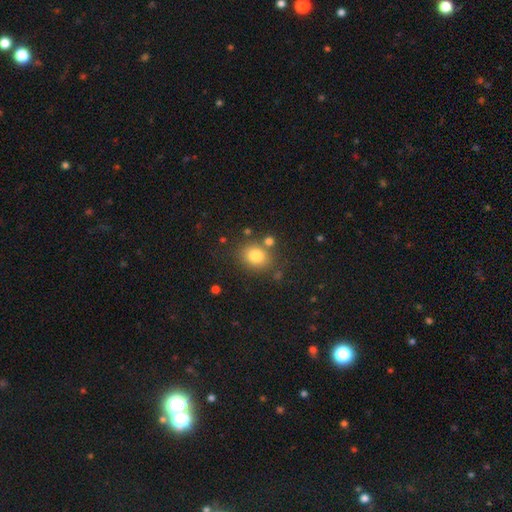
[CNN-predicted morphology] Q: Smooth or featured?
A: smooth (80%); runner-up: star or artifact (12%)
Q: How rounded?
A: round (65%); runner-up: in between (34%)
Q: Merging?
A: none (75%); runner-up: minor disturbance (11%)